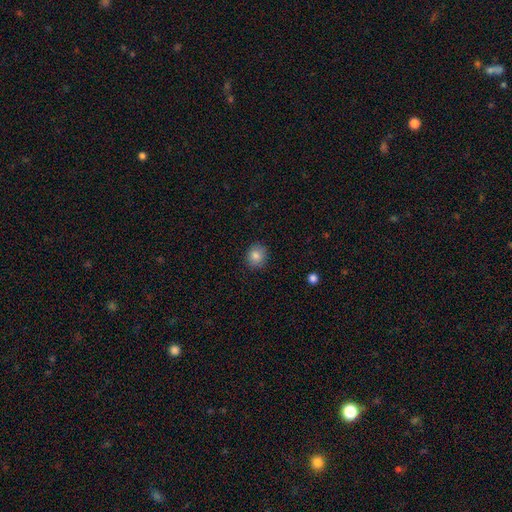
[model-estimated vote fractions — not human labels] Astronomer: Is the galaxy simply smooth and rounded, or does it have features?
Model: smooth — 84%.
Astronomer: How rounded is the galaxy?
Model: round — 81%.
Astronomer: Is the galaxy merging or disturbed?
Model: none — 88%.